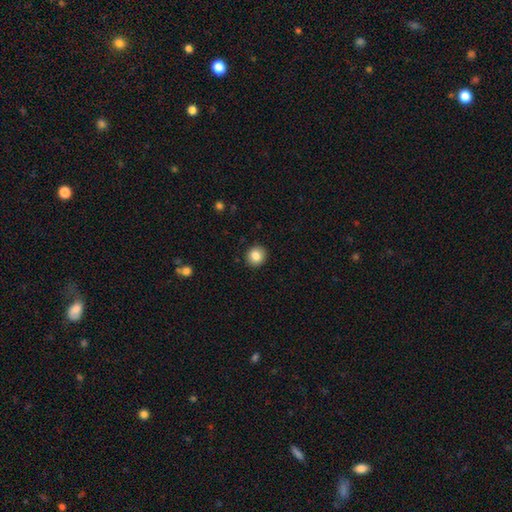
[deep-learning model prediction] This appears to be a smooth galaxy with no disk features (85%) that is round (84%). Merging: none (92%).